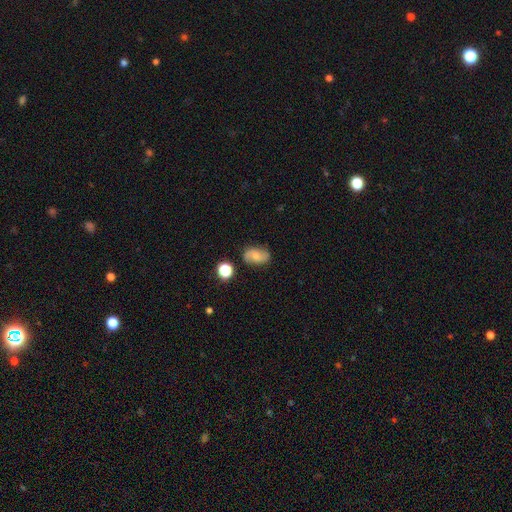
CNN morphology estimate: A featured or disk galaxy (48%).

Vote fractions:
- Smooth or featured? featured or disk: 48% / smooth: 41% / star or artifact: 11%
- Merging? none: 77% / minor disturbance: 16% / major disturbance: 4% / merger: 3%